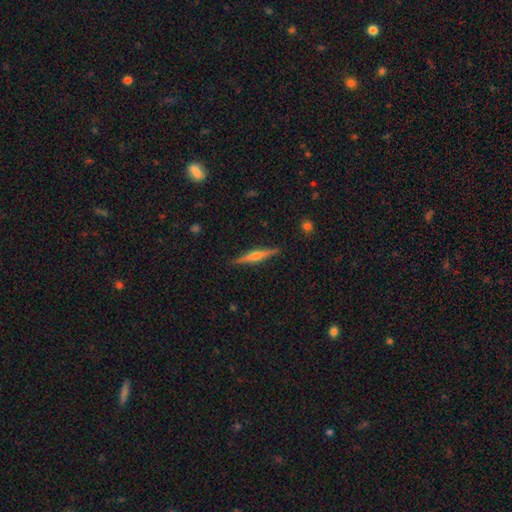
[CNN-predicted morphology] A featured or disk galaxy (74%) viewed edge-on (98%) with a rounded central bulge (86%). Merging: none (91%).